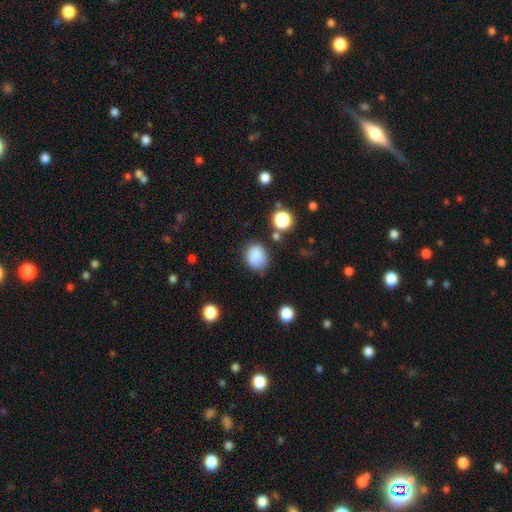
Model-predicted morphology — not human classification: A smooth galaxy with no disk features (83%) that is round (54%). Merging: none (70%).